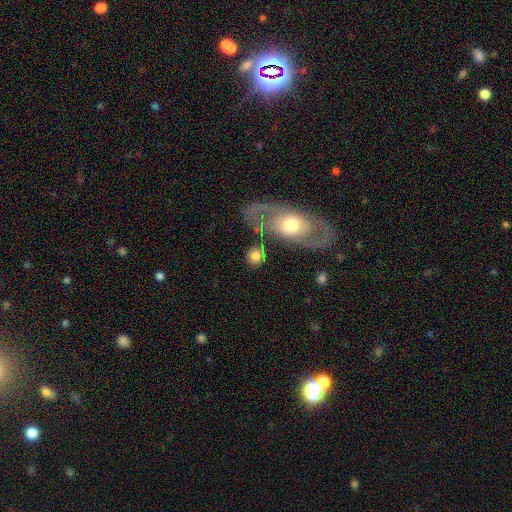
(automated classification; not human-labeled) The model was most divided on "smooth or featured": smooth: 70%, featured or disk: 22%, star or artifact: 8%. More confident: how rounded — round (78%); merging — none (66%).